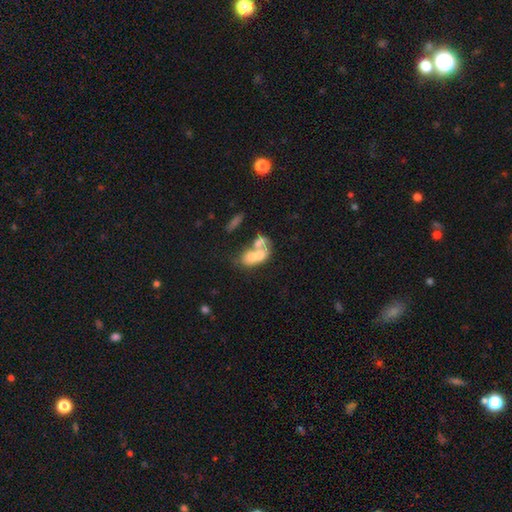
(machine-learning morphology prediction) Smooth or featured? smooth (48%)
Merging? merger (70%)